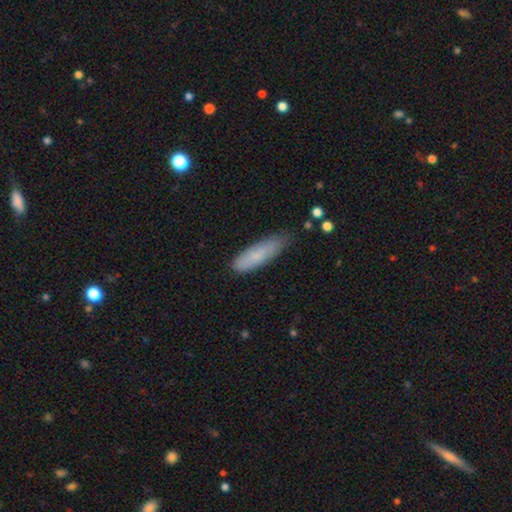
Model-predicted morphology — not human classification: A smooth galaxy with no disk features (80%) that is cigar-shaped (64%). Merging: none (67%).